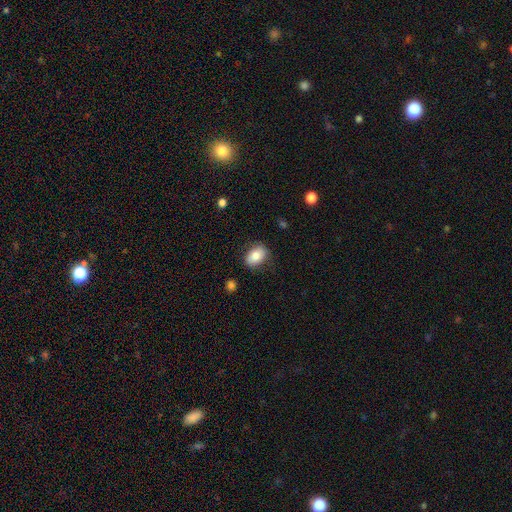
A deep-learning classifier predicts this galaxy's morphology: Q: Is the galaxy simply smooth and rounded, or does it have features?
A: smooth — 82%.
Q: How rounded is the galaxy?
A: in between — 84%.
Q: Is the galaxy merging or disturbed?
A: none — 80%.